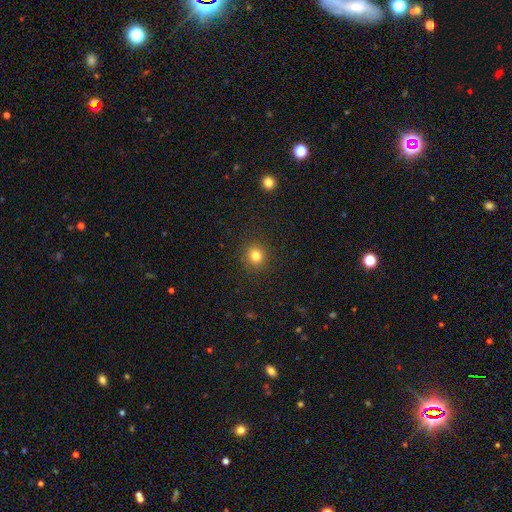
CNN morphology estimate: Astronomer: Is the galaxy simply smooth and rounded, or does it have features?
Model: smooth — 81%.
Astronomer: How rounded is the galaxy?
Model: round — 91%.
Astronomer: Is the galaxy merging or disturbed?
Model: none — 91%.